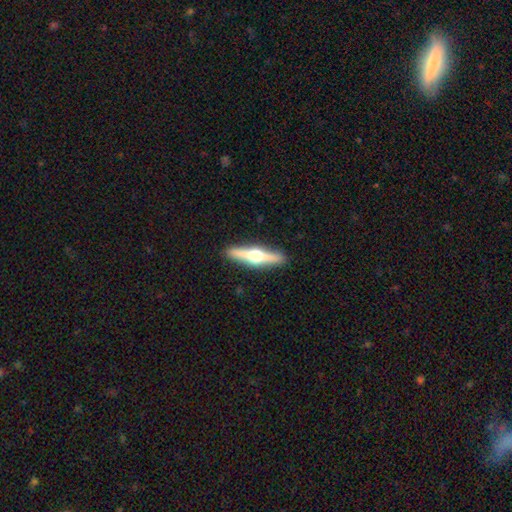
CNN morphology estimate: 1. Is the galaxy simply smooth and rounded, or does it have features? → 71% featured or disk, 24% smooth, 5% star or artifact.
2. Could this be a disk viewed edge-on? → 97% yes, 3% no.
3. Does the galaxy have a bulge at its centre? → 96% rounded, 2% boxy, 2% none.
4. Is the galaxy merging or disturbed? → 91% none, 6% minor disturbance, 1% major disturbance, 1% merger.